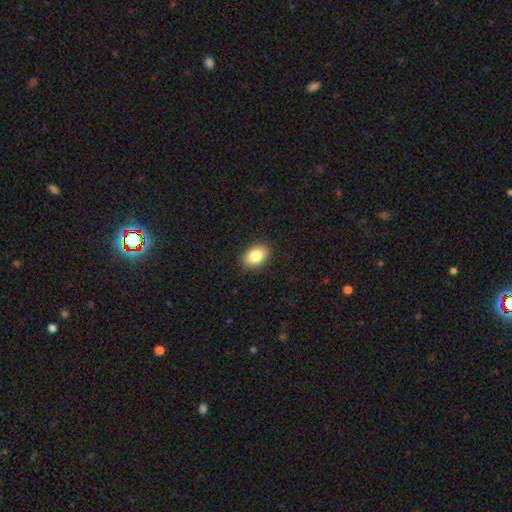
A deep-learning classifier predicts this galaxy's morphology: A smooth galaxy with no disk features (84%) that is in between round and cigar-shaped (87%).

Vote fractions:
- Smooth or featured? smooth: 84% / featured or disk: 8% / star or artifact: 8%
- How rounded? in between: 87% / round: 11% / cigar-shaped: 1%
- Merging? none: 89% / minor disturbance: 8% / major disturbance: 2% / merger: 1%